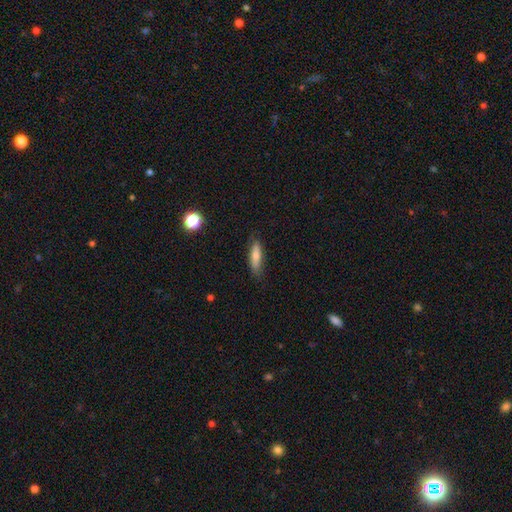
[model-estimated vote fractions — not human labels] Smooth or featured? Predicted: smooth (p=0.72). How rounded? Predicted: cigar-shaped (p=0.63). Merging? Predicted: none (p=0.78).